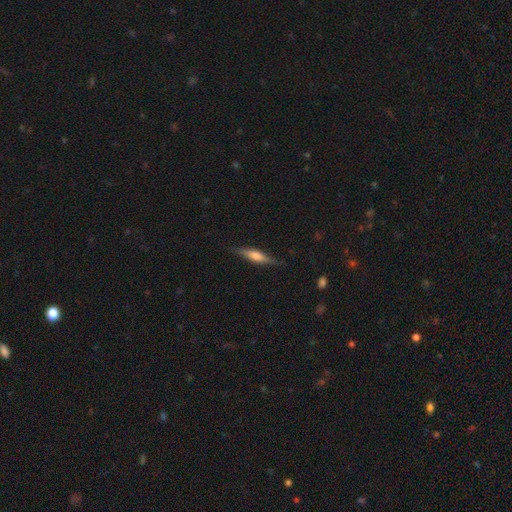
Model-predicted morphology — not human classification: Overall: featured or disk (52%; smooth 42%). Edge-on disk: yes (94%). Merging: none (83%).